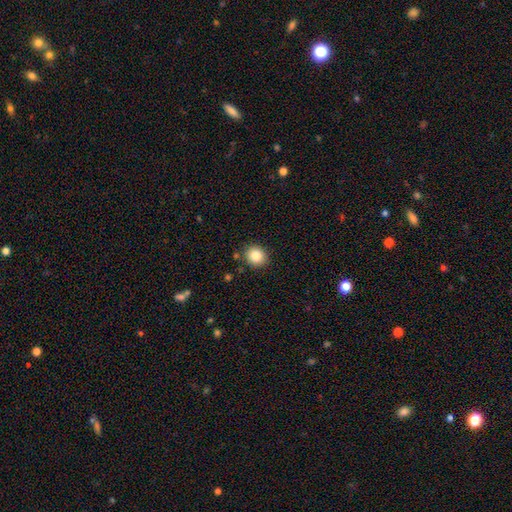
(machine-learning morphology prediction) Overall: smooth (83%). How rounded: round (80%). Merging: none (88%).